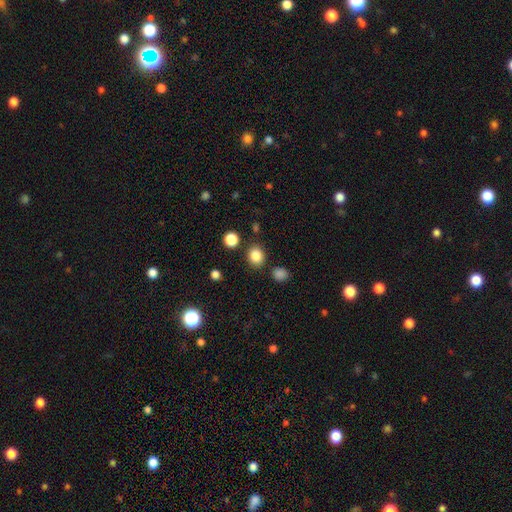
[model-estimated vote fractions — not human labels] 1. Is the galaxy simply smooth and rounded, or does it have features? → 84% smooth, 11% star or artifact, 5% featured or disk.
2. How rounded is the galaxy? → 73% round, 26% in between, 1% cigar-shaped.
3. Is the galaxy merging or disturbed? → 86% none, 8% minor disturbance, 4% merger, 3% major disturbance.